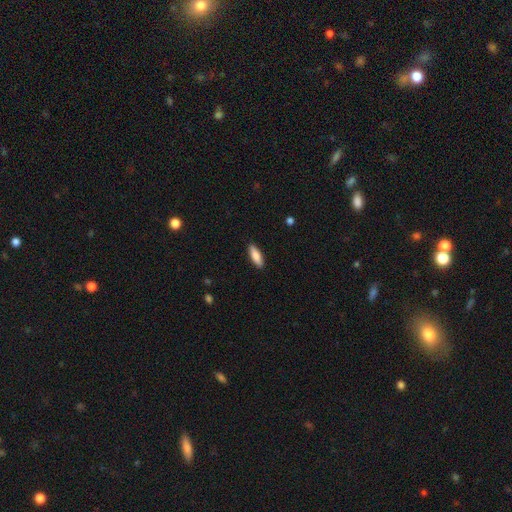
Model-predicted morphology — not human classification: A smooth galaxy with no disk features (84%) that is in between round and cigar-shaped (55%). Merging: none (89%).